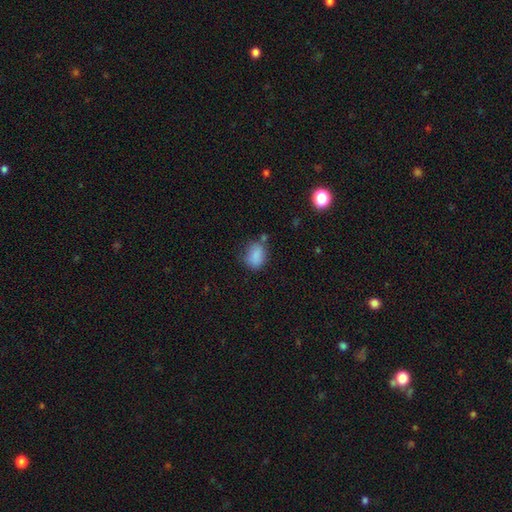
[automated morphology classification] Smooth or featured?
  - smooth: 84% *
  - star or artifact: 9%
  - featured or disk: 6%
How rounded?
  - in between: 64% *
  - round: 35%
  - cigar-shaped: 1%
Merging?
  - none: 59% *
  - minor disturbance: 25%
  - merger: 8%
  - major disturbance: 8%